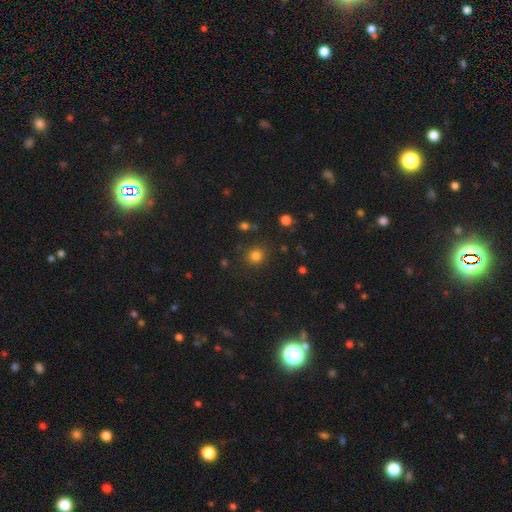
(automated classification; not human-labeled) The model was most divided on "smooth or featured": smooth: 80%, star or artifact: 15%, featured or disk: 5%. More confident: how rounded — round (89%); merging — none (85%).